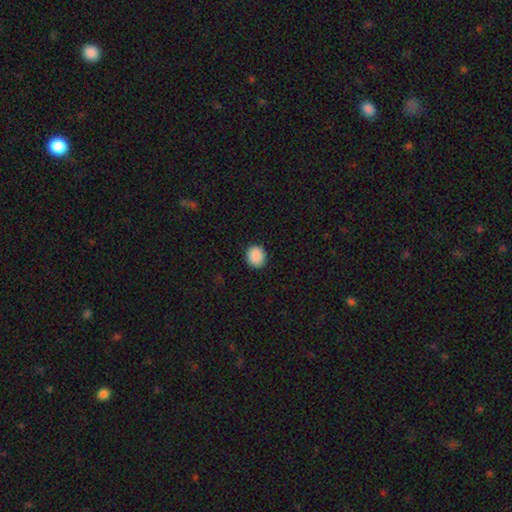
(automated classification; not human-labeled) Smooth or featured? smooth (90%)
How rounded? round (80%)
Merging? none (91%)